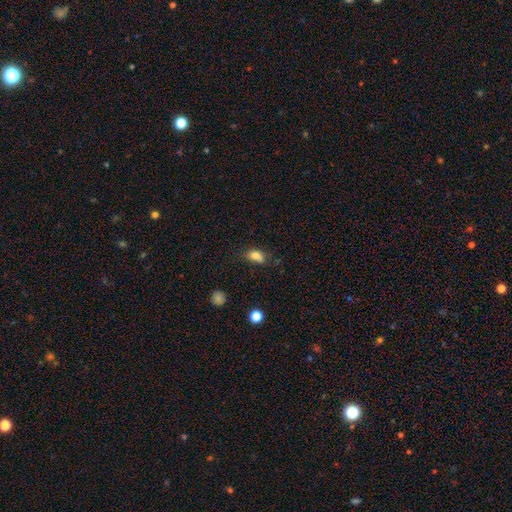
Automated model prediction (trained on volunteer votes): smooth 78%, star or artifact 12%, featured or disk 10%. Down the decision tree: how rounded — in between (74%); merging — none (46%).